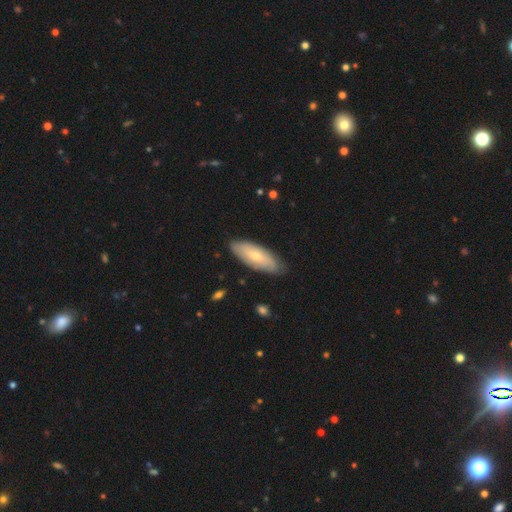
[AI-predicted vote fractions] Smooth or featured? Predicted: smooth (p=0.59). How rounded? Predicted: in between (p=0.71). Merging? Predicted: none (p=0.82).